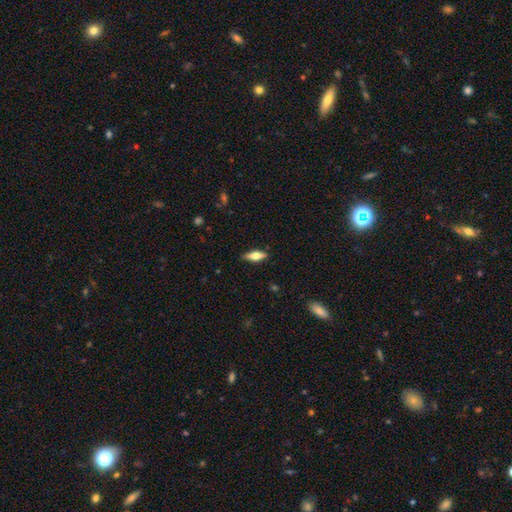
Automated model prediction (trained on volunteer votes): A smooth galaxy with no disk features (50%).

Vote fractions:
- Smooth or featured? smooth: 50% / featured or disk: 43% / star or artifact: 7%
- Merging? none: 87% / minor disturbance: 10% / major disturbance: 2% / merger: 1%